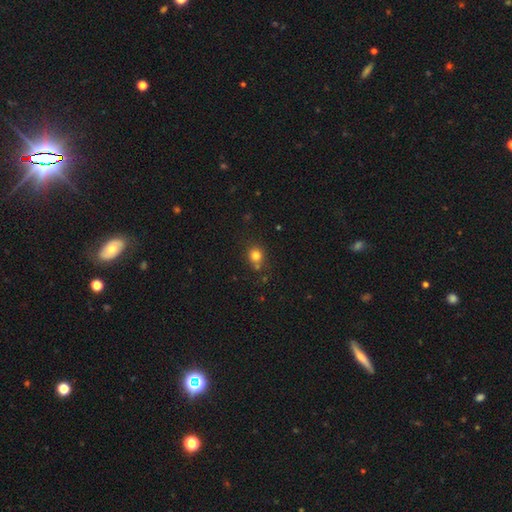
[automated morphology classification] Overall: smooth (80%). How rounded: round (82%). Merging: none (71%).